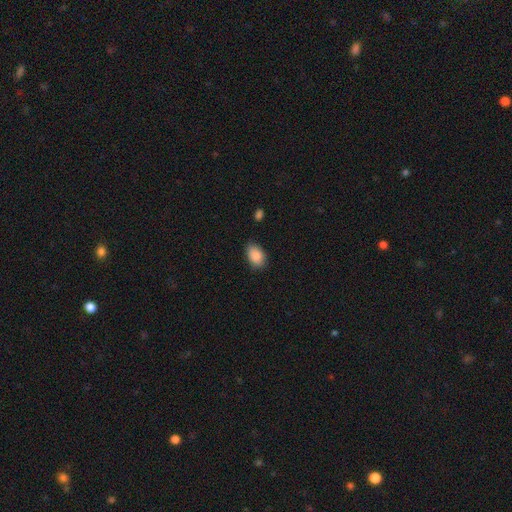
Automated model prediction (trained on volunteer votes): This appears to be a smooth galaxy with no disk features (88%) that is in between round and cigar-shaped (88%). Merging: none (81%).